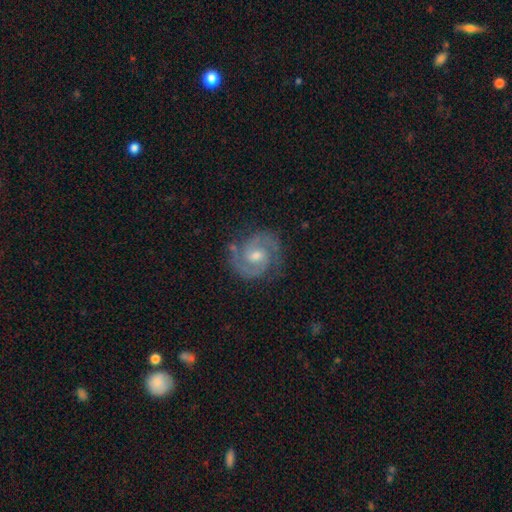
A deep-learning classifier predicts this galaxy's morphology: smooth-or-featured: featured or disk: 90% | smooth: 5% | star or artifact: 5%
  disk-edge-on: no: 98% | yes: 2%
    bar: no: 47% | weak: 44% | strong: 9%
    has-spiral-arms: yes: 98% | no: 2%
      spiral-winding: tight: 49% | medium: 45% | loose: 6%
      spiral-arm-count: 2: 91% | can't tell: 3% | 3: 3% | 1: 1% | 4: 1% | more than 4: 1%
    bulge-size: moderate: 59% | small: 35% | large: 3% | none: 2% | dominant: 1%
  merging: none: 81% | minor disturbance: 13% | major disturbance: 4% | merger: 2%